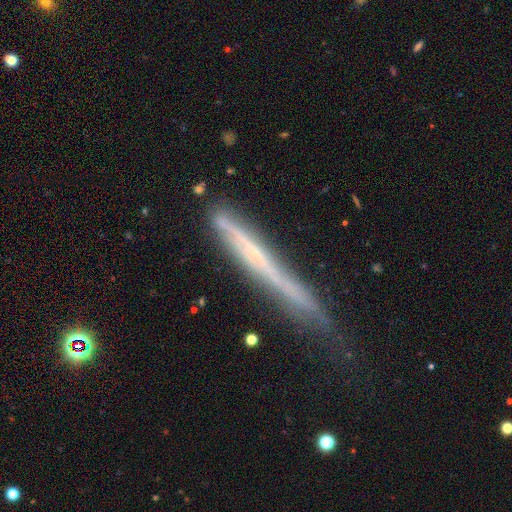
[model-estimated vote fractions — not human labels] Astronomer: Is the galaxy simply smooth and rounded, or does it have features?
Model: featured or disk — 61%.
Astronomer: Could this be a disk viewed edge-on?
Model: yes — 89%.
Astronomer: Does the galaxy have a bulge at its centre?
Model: none — 76%.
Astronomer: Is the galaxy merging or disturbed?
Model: none — 45% (runner-up: minor disturbance, 34%).